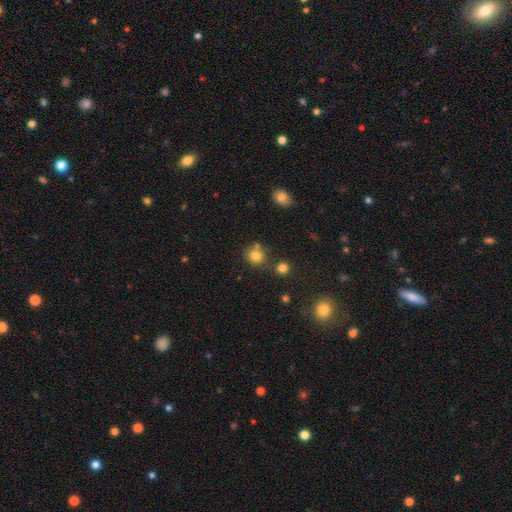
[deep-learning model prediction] Smooth or featured: smooth — 80% (star or artifact — 13%)
How rounded: round — 85% (in between — 14%)
Merging: none — 69% (merger — 16%)